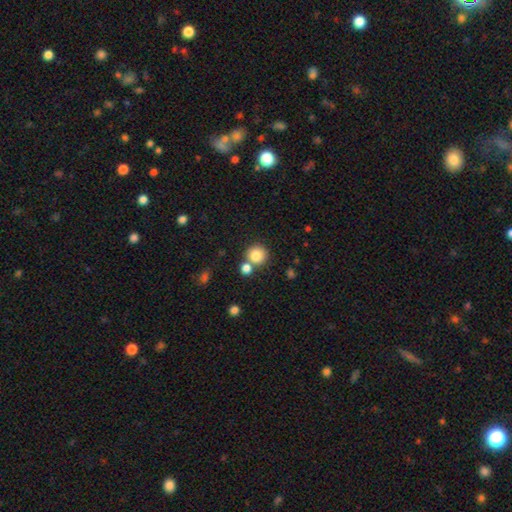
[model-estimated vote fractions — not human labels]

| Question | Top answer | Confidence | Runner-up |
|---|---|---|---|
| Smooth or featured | smooth | 83% | star or artifact (10%) |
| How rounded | round | 91% | in between (8%) |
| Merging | none | 66% | merger (24%) |